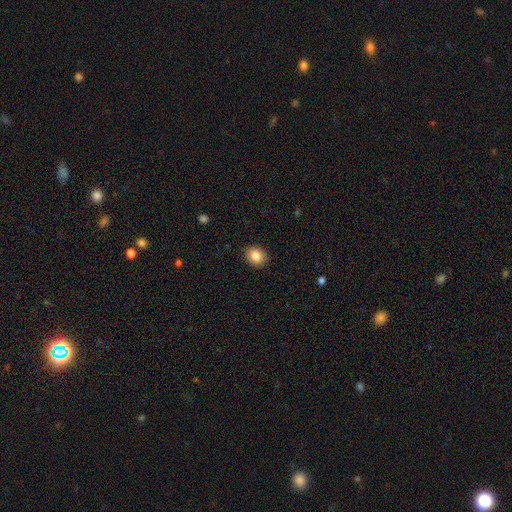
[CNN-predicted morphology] The model was most divided on "how rounded": round: 61%, in between: 38%, cigar-shaped: 1%. More confident: merging — none (89%); smooth or featured — smooth (85%).